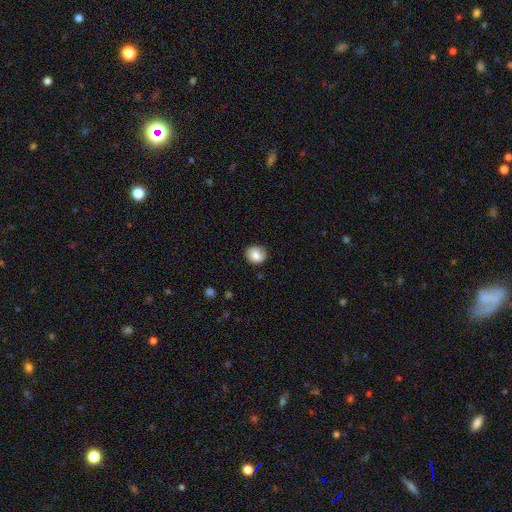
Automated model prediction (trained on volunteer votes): A smooth galaxy with no disk features (85%) that is round (74%). Merging: none (84%).